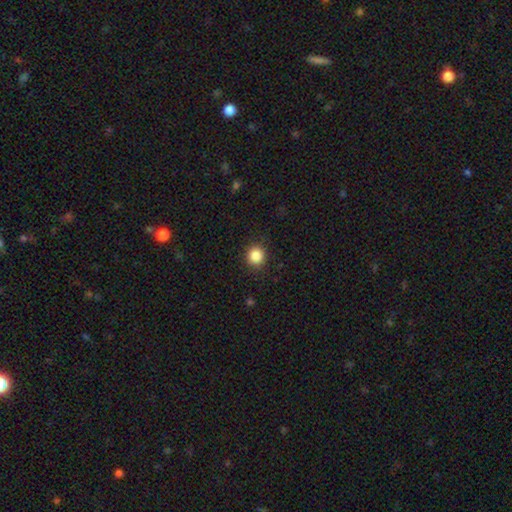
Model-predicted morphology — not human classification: smooth 87%, star or artifact 10%, featured or disk 3%. Down the decision tree: how rounded — round (91%); merging — none (89%).